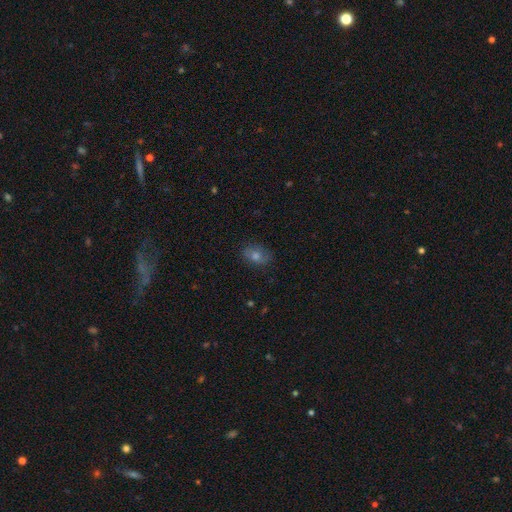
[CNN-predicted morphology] The model was most divided on "how rounded": in between: 66%, round: 32%, cigar-shaped: 2%. More confident: merging — none (84%); smooth or featured — smooth (60%).